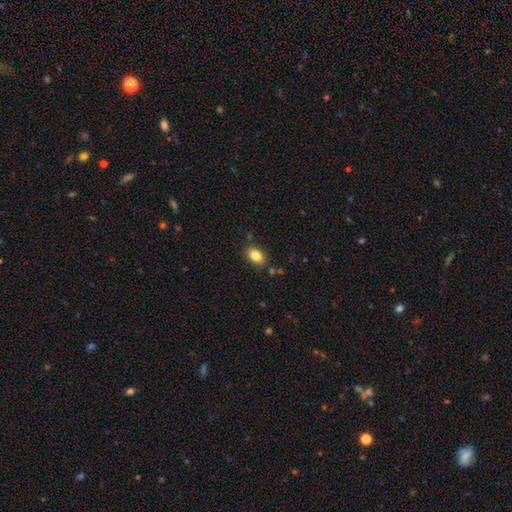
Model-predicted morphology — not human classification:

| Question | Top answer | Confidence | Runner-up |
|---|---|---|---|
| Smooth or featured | smooth | 84% | star or artifact (9%) |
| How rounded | in between | 86% | round (13%) |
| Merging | none | 82% | minor disturbance (12%) |